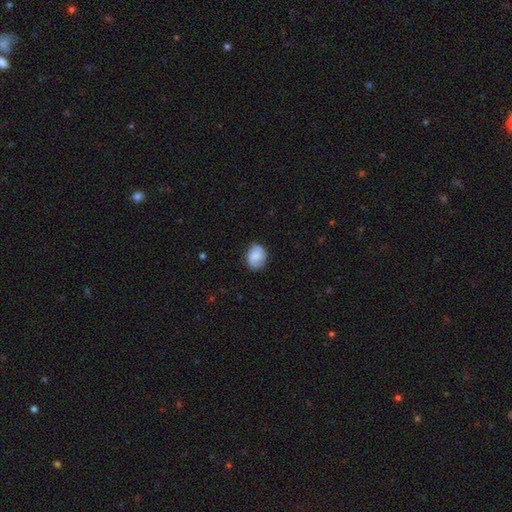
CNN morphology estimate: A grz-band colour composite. It shows a smooth galaxy with no disk features (68%) that is in between round and cigar-shaped (51%). Merging: none (80%).